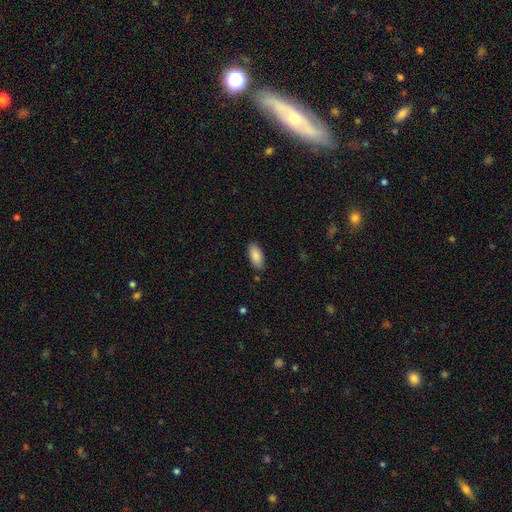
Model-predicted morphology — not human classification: Overall: smooth (88%). How rounded: in between (91%). Merging: none (85%).